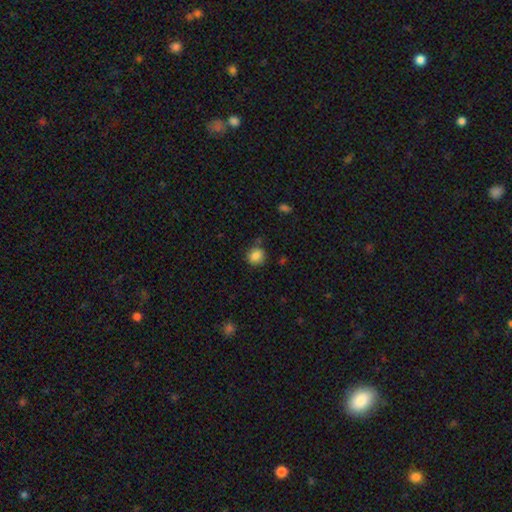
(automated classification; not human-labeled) Morphology: type=smooth (85%); roundness=round (82%); merging=none (78%).